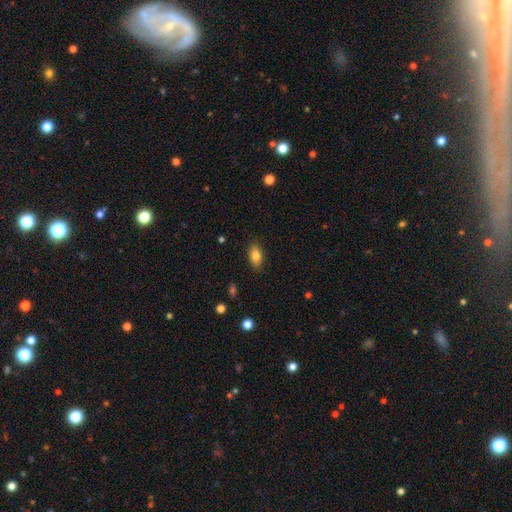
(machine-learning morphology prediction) Smooth or featured?
  - smooth: 83% *
  - featured or disk: 9%
  - star or artifact: 8%
How rounded?
  - in between: 89% *
  - round: 7%
  - cigar-shaped: 4%
Merging?
  - none: 86% *
  - minor disturbance: 10%
  - major disturbance: 2%
  - merger: 1%